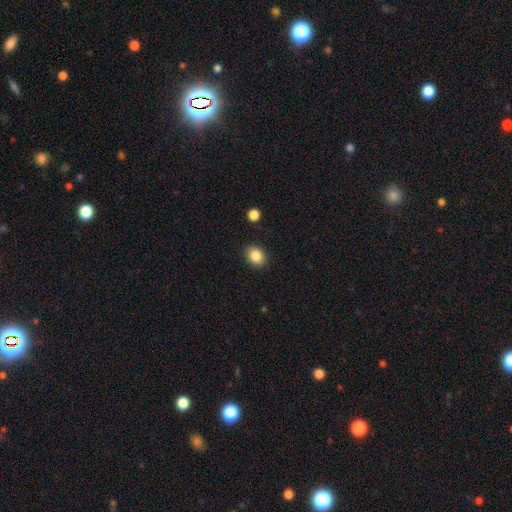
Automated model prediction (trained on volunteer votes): The model was most divided on "how rounded": in between: 59%, round: 40%, cigar-shaped: 1%. More confident: merging — none (89%); smooth or featured — smooth (86%).